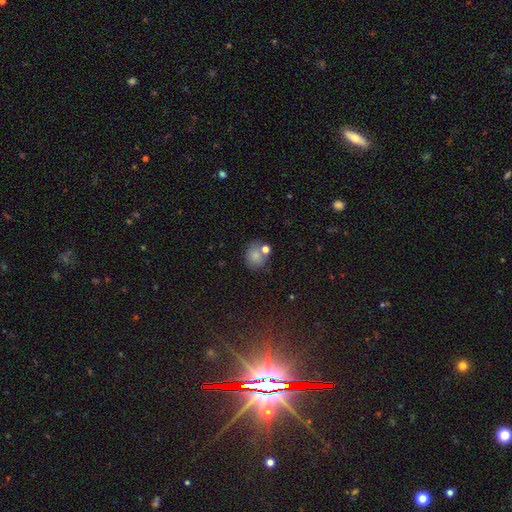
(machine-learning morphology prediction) Smooth or featured? smooth (77%)
How rounded? round (66%)
Merging? none (57%)